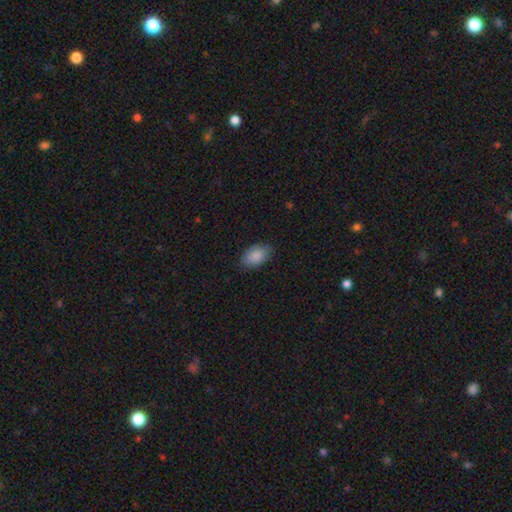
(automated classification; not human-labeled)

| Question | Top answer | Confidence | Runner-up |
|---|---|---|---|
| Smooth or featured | smooth | 88% | star or artifact (6%) |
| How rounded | in between | 91% | round (8%) |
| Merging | none | 80% | minor disturbance (16%) |